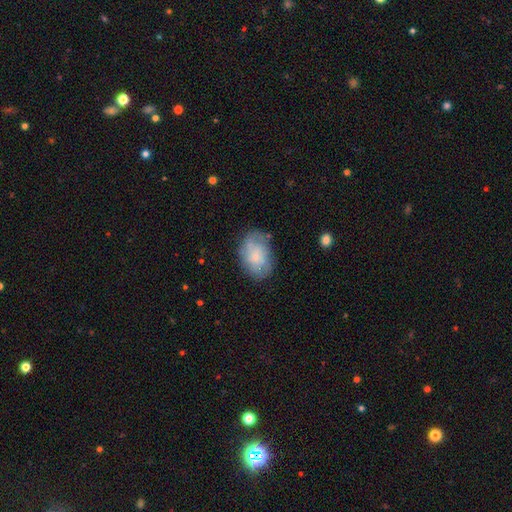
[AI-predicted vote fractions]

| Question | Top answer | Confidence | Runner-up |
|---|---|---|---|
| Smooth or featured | smooth | 56% | featured or disk (35%) |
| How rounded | in between | 84% | round (15%) |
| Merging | none | 69% | minor disturbance (21%) |